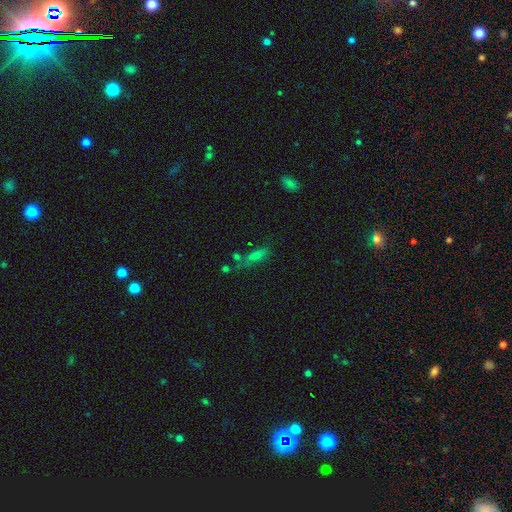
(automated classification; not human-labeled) smooth 54%, star or artifact 24%, featured or disk 22%. Down the decision tree: how rounded — in between (52%); merging — none (55%).